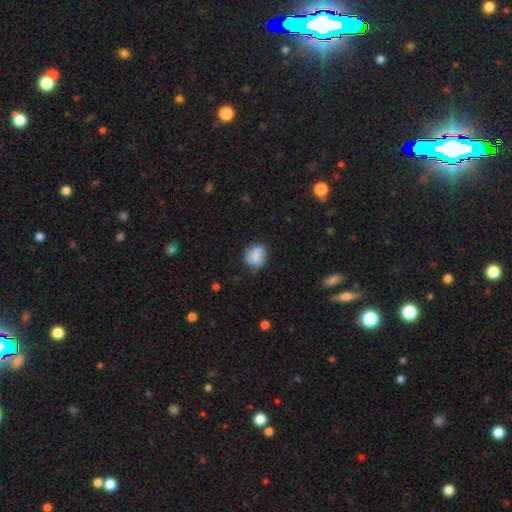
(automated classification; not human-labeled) A smooth galaxy with no disk features (80%) that is round (58%).

Vote fractions:
- Smooth or featured? smooth: 80% / featured or disk: 12% / star or artifact: 8%
- How rounded? round: 58% / in between: 40% / cigar-shaped: 1%
- Merging? none: 61% / minor disturbance: 29% / major disturbance: 7% / merger: 2%